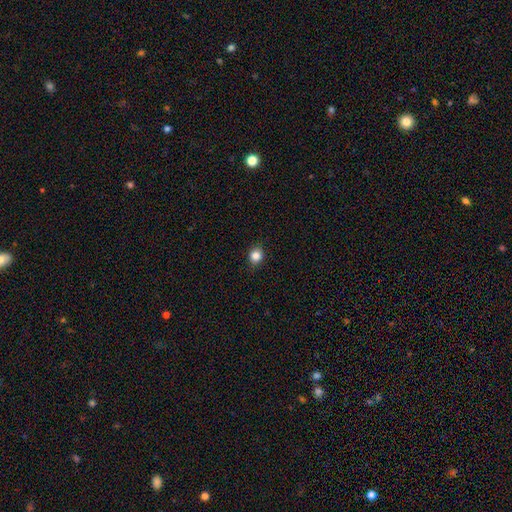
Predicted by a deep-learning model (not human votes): smooth 85%, star or artifact 11%, featured or disk 4%. Down the decision tree: how rounded — round (72%); merging — none (88%).